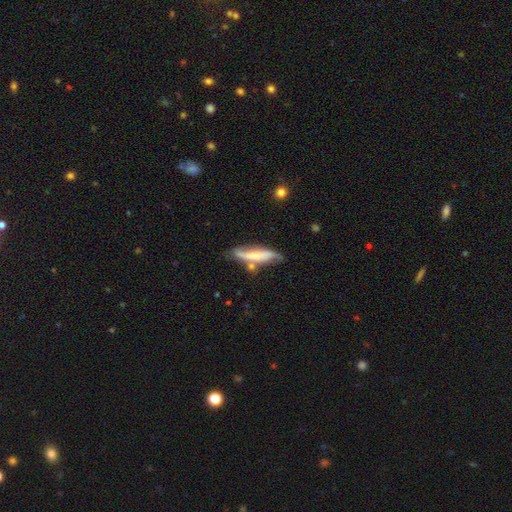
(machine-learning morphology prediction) The model was most divided on "edge-on disk": yes: 53%, no: 47%. More confident: merging — none (54%); smooth or featured — featured or disk (52%).